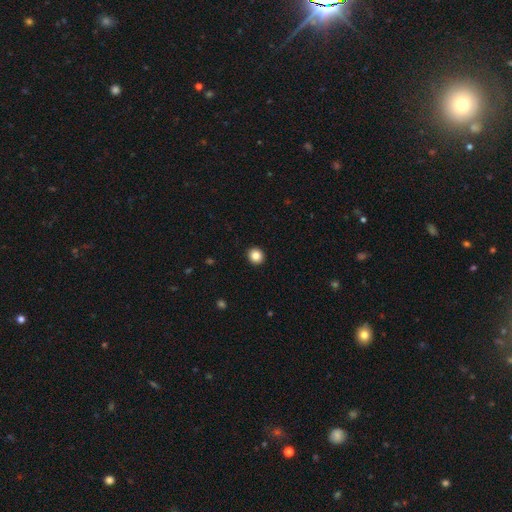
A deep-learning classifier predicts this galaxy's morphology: This appears to be a smooth galaxy with no disk features (85%) that is round (88%). Merging: none (93%).